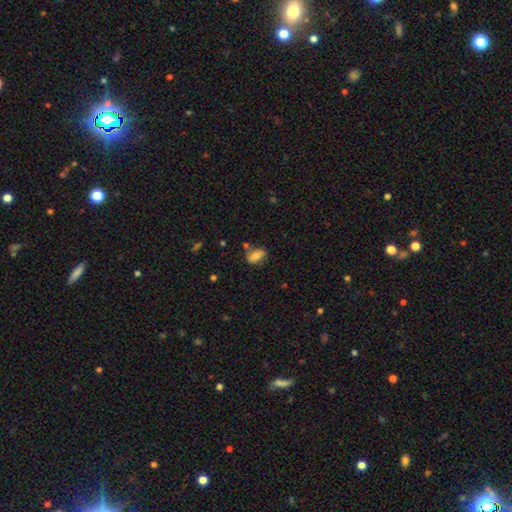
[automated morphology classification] This is likely a smooth galaxy (71%). How rounded: clearly in between (85%). Merging: likely none (69%).